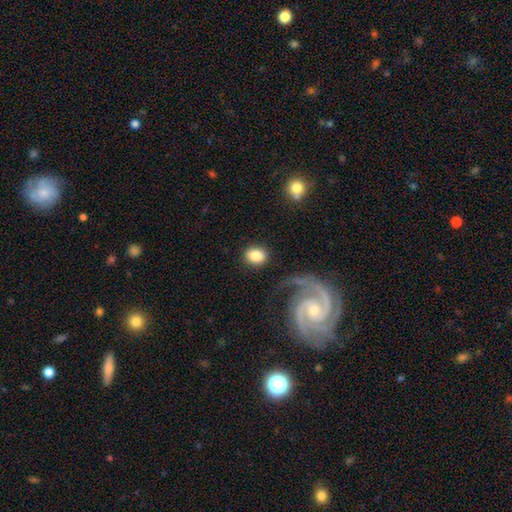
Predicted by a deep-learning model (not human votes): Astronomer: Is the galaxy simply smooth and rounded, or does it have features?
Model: smooth — 81%.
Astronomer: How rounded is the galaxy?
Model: round — 52% (runner-up: in between, 46%).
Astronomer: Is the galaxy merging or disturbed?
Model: none — 80%.